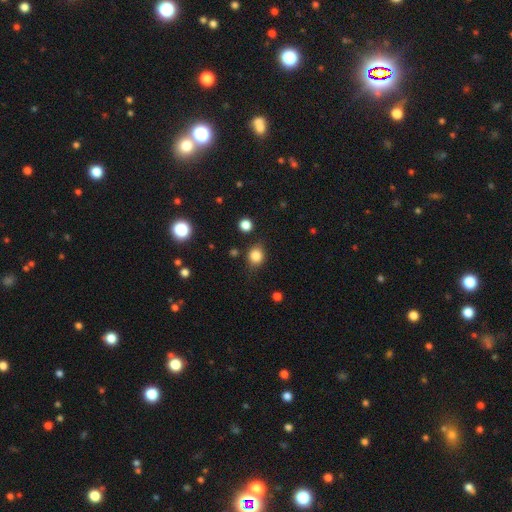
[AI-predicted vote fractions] The model was most divided on "how rounded": round: 67%, in between: 32%, cigar-shaped: 1%. More confident: smooth or featured — smooth (83%); merging — none (79%).